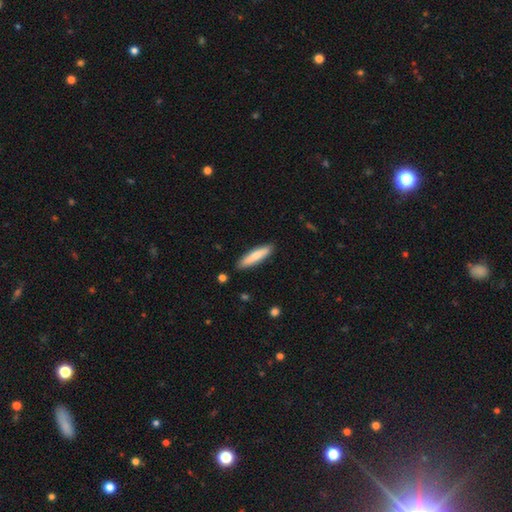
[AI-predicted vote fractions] smooth_or_featured: smooth (p=0.73) [alt: featured or disk p=0.21]
how_rounded: cigar-shaped (p=0.79) [alt: in between p=0.19]
merging: none (p=0.88) [alt: minor disturbance p=0.08]